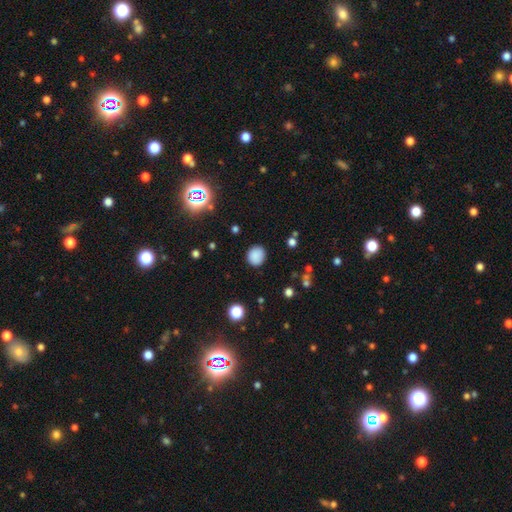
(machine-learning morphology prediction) Smooth or featured? Predicted: smooth (p=0.85). How rounded? Predicted: round (p=0.87). Merging? Predicted: none (p=0.87).